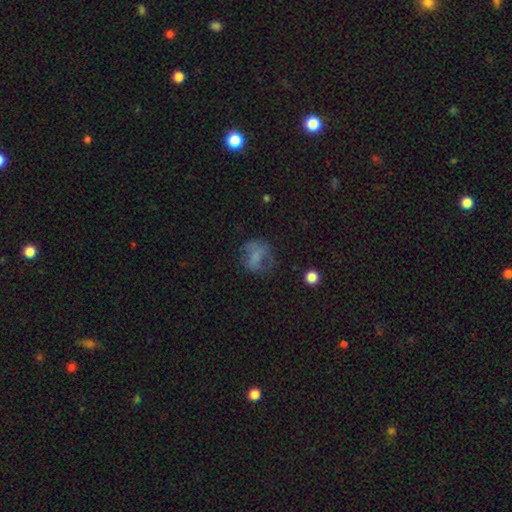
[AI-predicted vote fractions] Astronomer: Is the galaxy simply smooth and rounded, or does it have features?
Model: smooth — 53% (runner-up: featured or disk, 31%).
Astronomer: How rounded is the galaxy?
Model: round — 59% (runner-up: in between, 40%).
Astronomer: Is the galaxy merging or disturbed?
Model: none — 48% (runner-up: major disturbance, 27%).